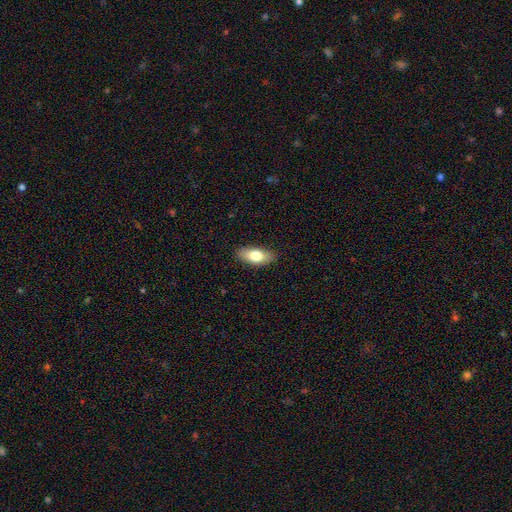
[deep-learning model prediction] smooth-or-featured: smooth: 76% | featured or disk: 18% | star or artifact: 7%
  how-rounded: in between: 85% | cigar-shaped: 11% | round: 3%
  merging: none: 88% | minor disturbance: 9% | major disturbance: 2% | merger: 1%